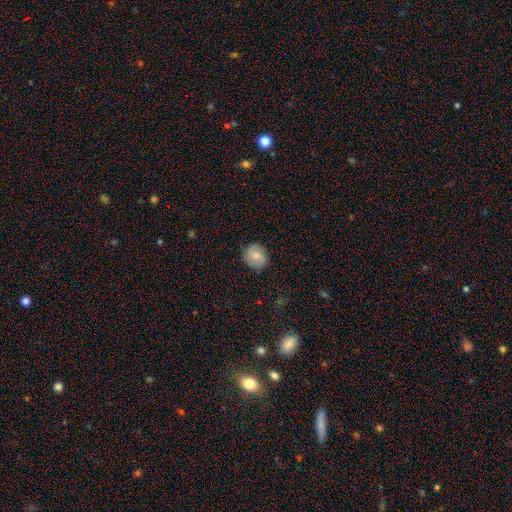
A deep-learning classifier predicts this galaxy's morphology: The model was most divided on "how rounded": round: 74%, in between: 25%, cigar-shaped: 1%. More confident: merging — none (81%); smooth or featured — smooth (73%).